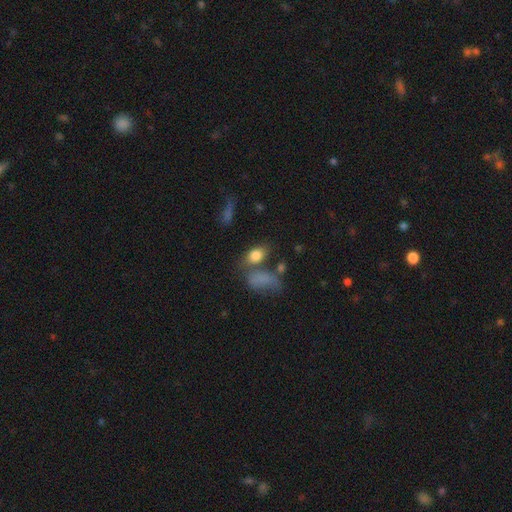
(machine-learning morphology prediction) The model was most divided on "merging": none: 49%, merger: 26%, minor disturbance: 16%, major disturbance: 9%. More confident: how rounded — in between (85%); smooth or featured — smooth (81%).